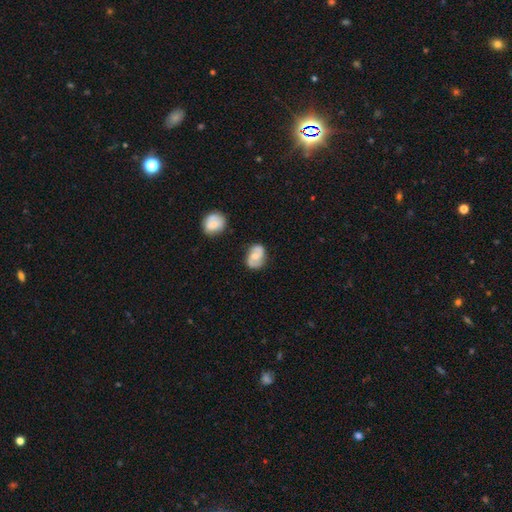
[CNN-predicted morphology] Smooth or featured? featured or disk (60%)
Edge-on disk? no (97%)
Bar? no (63%)
Spiral arms? yes (83%)
Bulge size? moderate (66%)
Merging? none (73%)